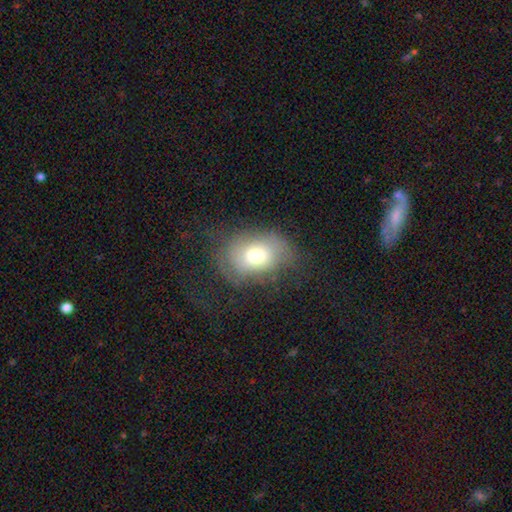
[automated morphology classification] The model was most divided on "how rounded": in between: 61%, round: 38%, cigar-shaped: 1%. More confident: smooth or featured — smooth (67%); merging — none (54%).